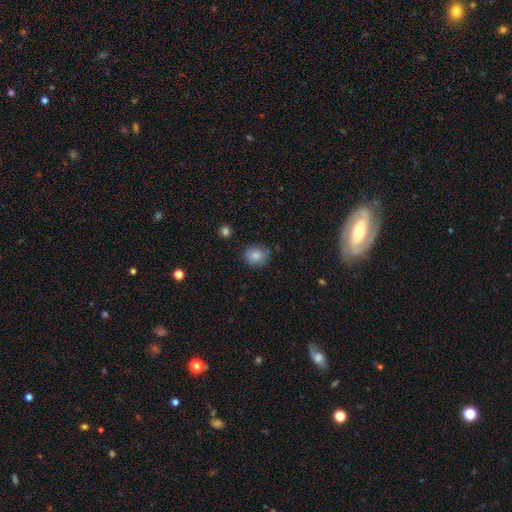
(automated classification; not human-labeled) Smooth or featured? smooth (84%)
How rounded? round (74%)
Merging? none (81%)